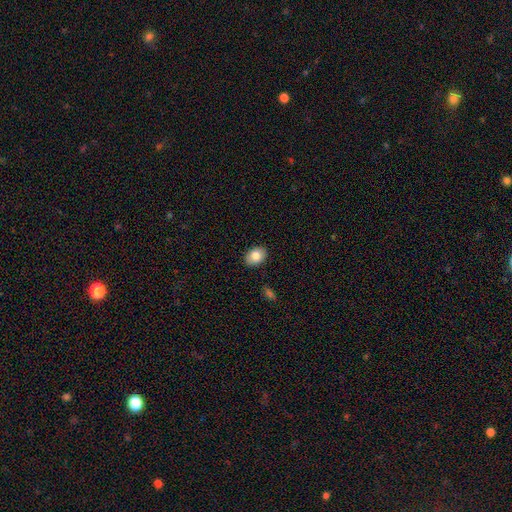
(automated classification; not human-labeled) Overall: smooth (83%). How rounded: in between (72%). Merging: none (88%).